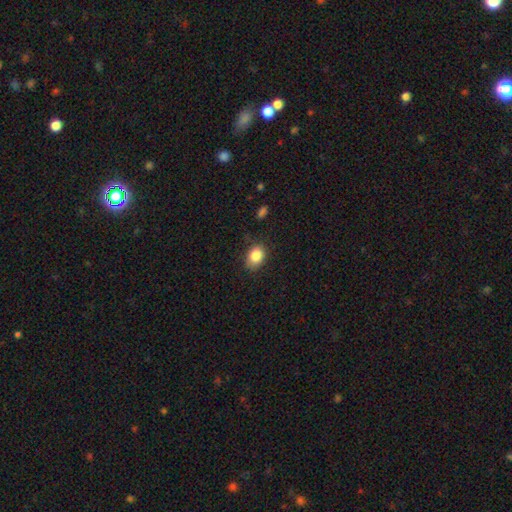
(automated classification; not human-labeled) Smooth or featured: smooth — 85% (star or artifact — 9%)
How rounded: in between — 69% (round — 30%)
Merging: none — 78% (minor disturbance — 17%)